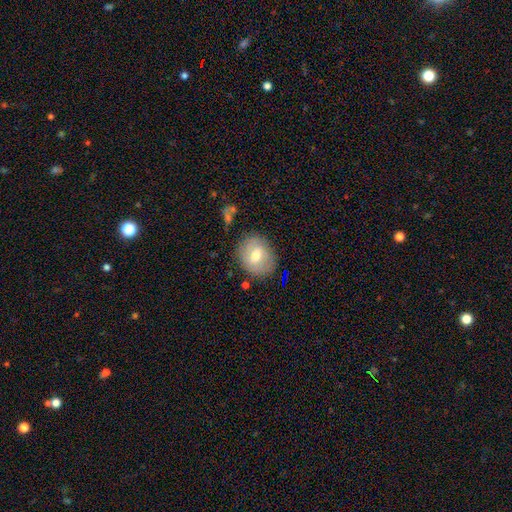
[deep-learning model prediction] The model was most divided on "how rounded": round: 59%, in between: 40%, cigar-shaped: 1%. More confident: merging — none (79%); smooth or featured — smooth (59%).